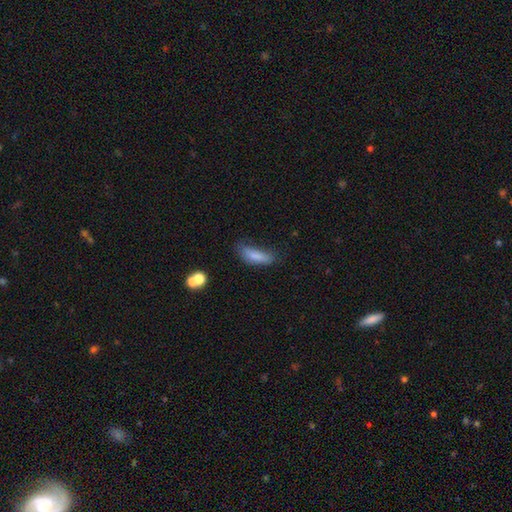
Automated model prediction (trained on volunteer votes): smooth 79%, featured or disk 12%, star or artifact 9%. Down the decision tree: how rounded — in between (53%); merging — none (46%).